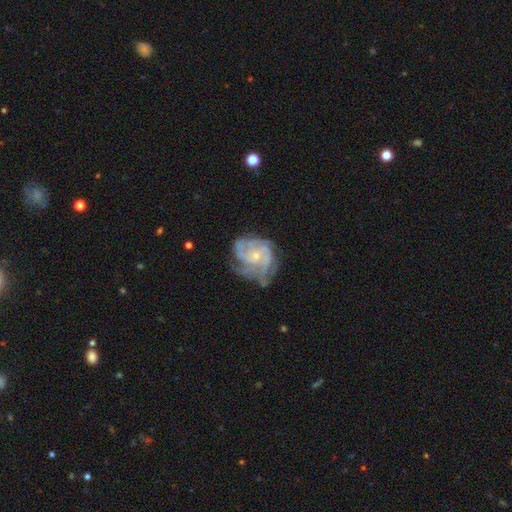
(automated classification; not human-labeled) smooth-or-featured: featured or disk: 85% | smooth: 8% | star or artifact: 6%
  disk-edge-on: no: 98% | yes: 2%
    bar: no: 75% | weak: 21% | strong: 4%
    has-spiral-arms: yes: 95% | no: 5%
      spiral-winding: tight: 59% | medium: 33% | loose: 8%
      spiral-arm-count: 3: 28% | can't tell: 24% | 4: 24% | 2: 11% | more than 4: 7% | 1: 6%
    bulge-size: small: 72% | moderate: 23% | none: 3% | large: 1% | dominant: 1%
  merging: none: 59% | minor disturbance: 24% | major disturbance: 14% | merger: 2%